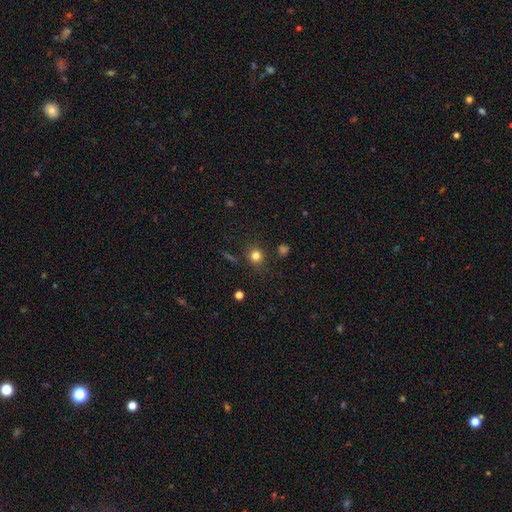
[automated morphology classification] This appears to be a smooth galaxy with no disk features (79%) that is round (90%). Merging: none (86%).